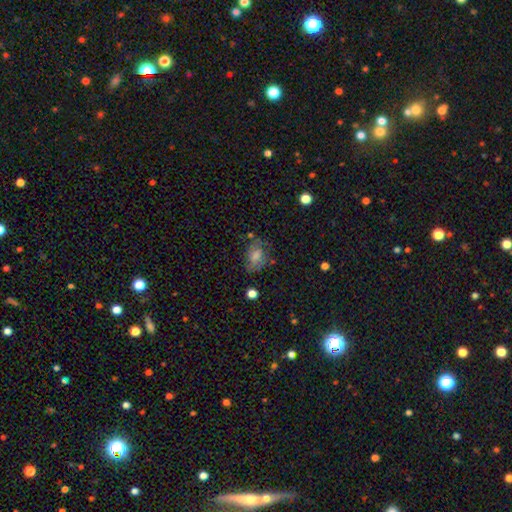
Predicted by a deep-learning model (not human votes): This is possibly a smooth galaxy (50%). Merging: possibly none (59%).